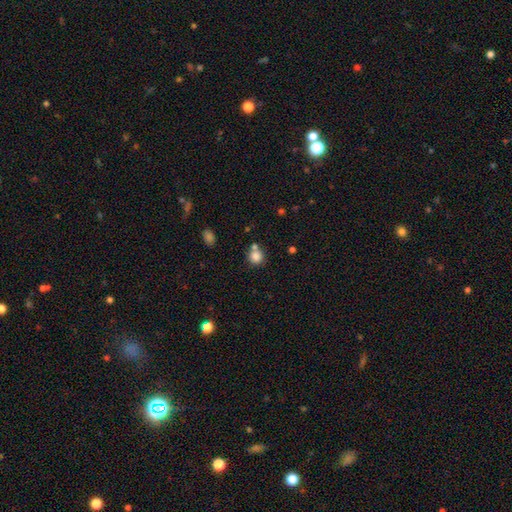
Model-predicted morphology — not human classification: Smooth or featured?
  - smooth: 83% *
  - star or artifact: 11%
  - featured or disk: 6%
How rounded?
  - round: 89% *
  - in between: 10%
  - cigar-shaped: 1%
Merging?
  - none: 61% *
  - merger: 25%
  - minor disturbance: 11%
  - major disturbance: 4%